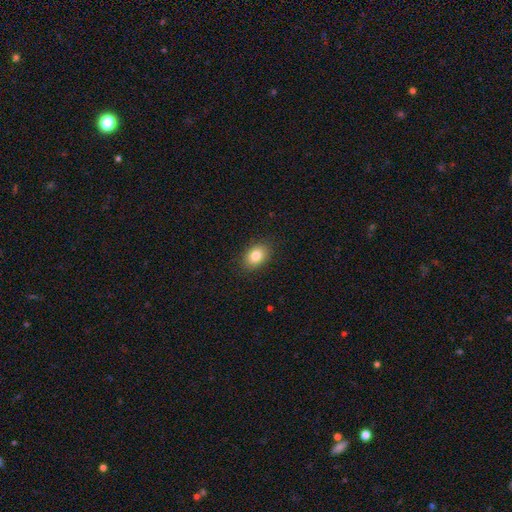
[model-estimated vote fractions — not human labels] Smooth or featured? Predicted: smooth (p=0.83). How rounded? Predicted: in between (p=0.76). Merging? Predicted: none (p=0.88).